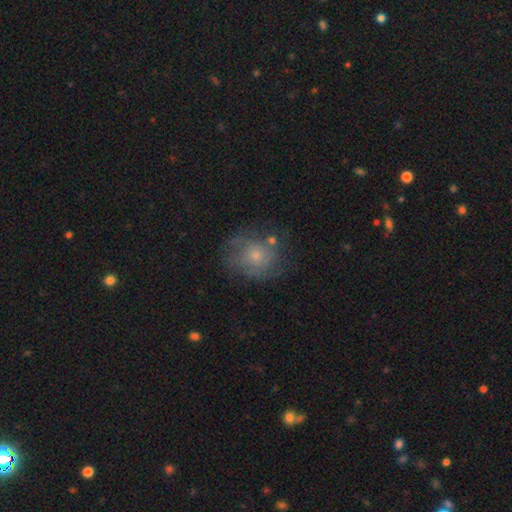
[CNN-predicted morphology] Smooth or featured? smooth (46%)
Merging? none (62%)